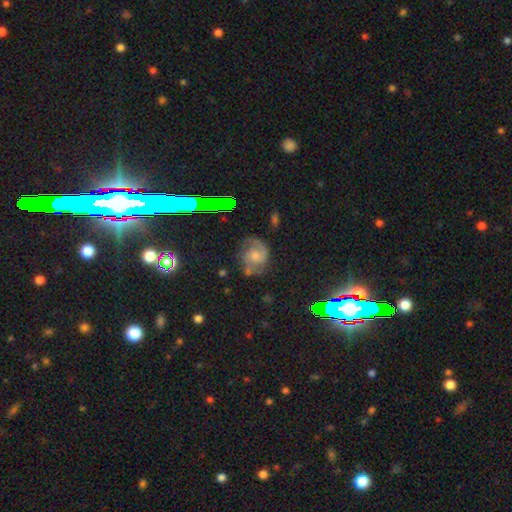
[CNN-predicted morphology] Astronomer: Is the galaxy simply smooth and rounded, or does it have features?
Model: featured or disk — 71%.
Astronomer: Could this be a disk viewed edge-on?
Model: no — 98%.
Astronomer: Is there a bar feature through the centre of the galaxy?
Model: no — 65%.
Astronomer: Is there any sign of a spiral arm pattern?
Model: yes — 95%.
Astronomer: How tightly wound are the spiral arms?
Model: medium — 52% (runner-up: tight, 30%).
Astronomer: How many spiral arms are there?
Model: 2 — 82%.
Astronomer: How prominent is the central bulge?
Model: moderate — 47% (runner-up: small, 34%).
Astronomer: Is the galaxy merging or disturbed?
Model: none — 65%.